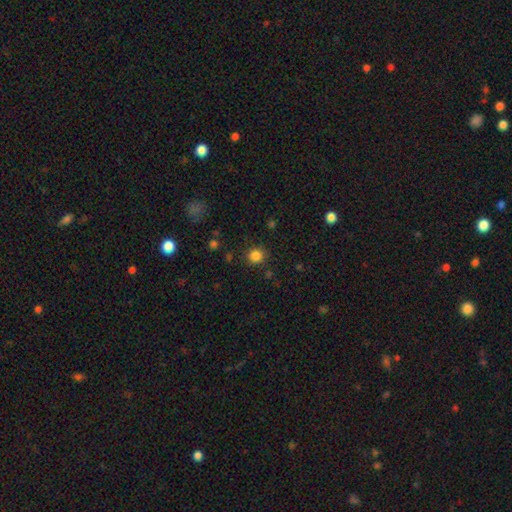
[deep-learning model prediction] Smooth or featured?
  - smooth: 84% *
  - star or artifact: 12%
  - featured or disk: 4%
How rounded?
  - round: 91% *
  - in between: 8%
  - cigar-shaped: 1%
Merging?
  - none: 88% *
  - minor disturbance: 8%
  - major disturbance: 3%
  - merger: 2%